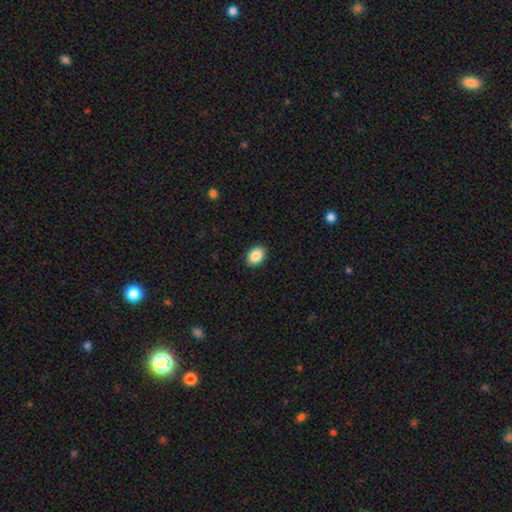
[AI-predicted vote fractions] Overall: smooth (88%). How rounded: in between (76%). Merging: none (91%).